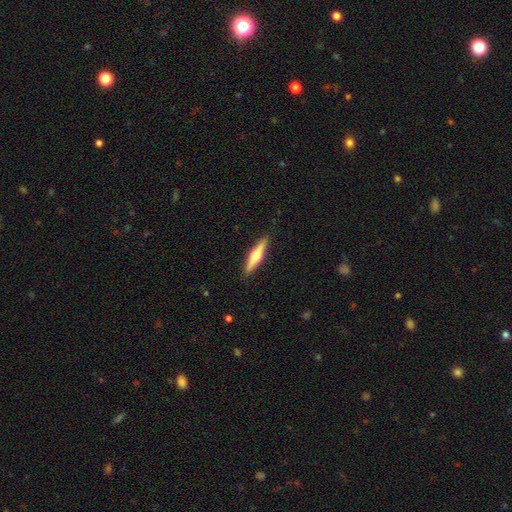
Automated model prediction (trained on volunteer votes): smooth_or_featured: featured or disk (p=0.61) [alt: smooth p=0.34]
disk_edge_on: yes (p=0.97) [alt: no p=0.03]
edge_on_bulge: rounded (p=0.94) [alt: boxy p=0.03]
merging: none (p=0.90) [alt: minor disturbance p=0.07]